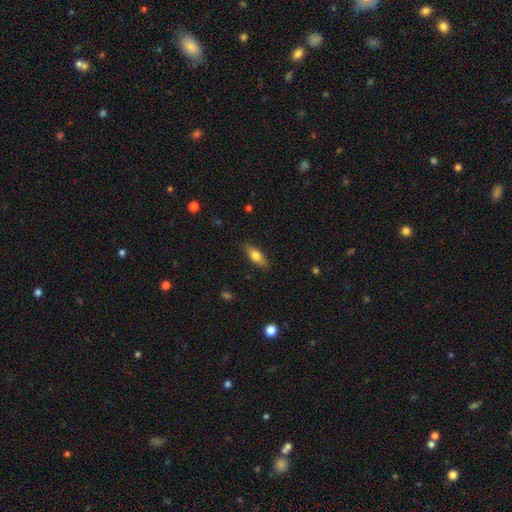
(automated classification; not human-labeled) A smooth galaxy with no disk features (67%) that is in between round and cigar-shaped (64%).

Vote fractions:
- Smooth or featured? smooth: 67% / featured or disk: 26% / star or artifact: 7%
- How rounded? in between: 64% / cigar-shaped: 32% / round: 3%
- Merging? none: 86% / minor disturbance: 10% / major disturbance: 2% / merger: 1%